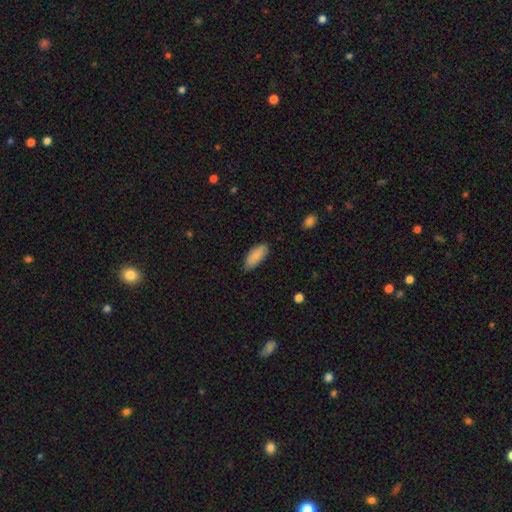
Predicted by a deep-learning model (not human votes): This is clearly a smooth galaxy (88%). How rounded: clearly in between (85%). Merging: clearly none (81%).